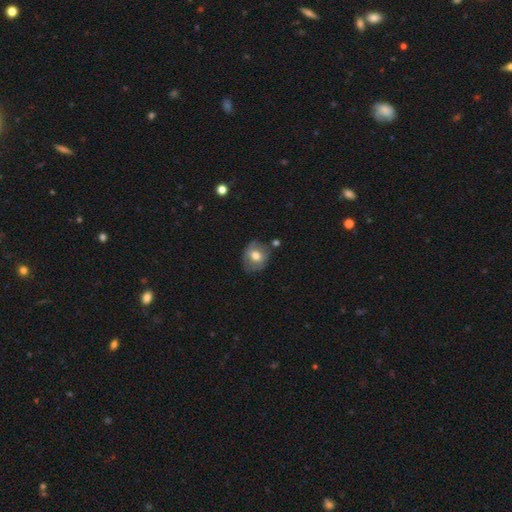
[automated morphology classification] smooth_or_featured: smooth (p=0.64) [alt: featured or disk p=0.29]
how_rounded: round (p=0.67) [alt: in between p=0.32]
merging: none (p=0.67) [alt: minor disturbance p=0.22]